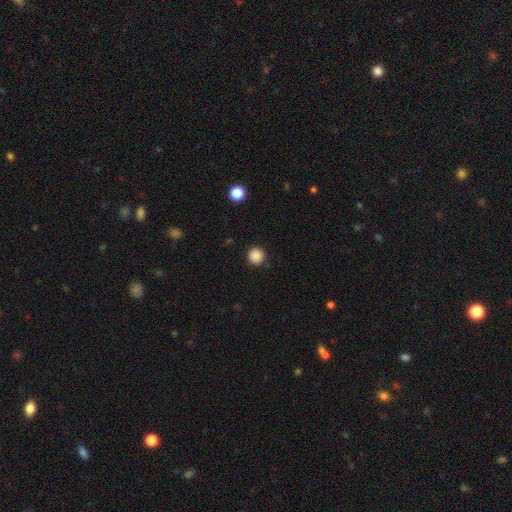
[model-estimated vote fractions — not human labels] smooth 88%, star or artifact 10%, featured or disk 2%. Down the decision tree: how rounded — round (94%); merging — none (92%).